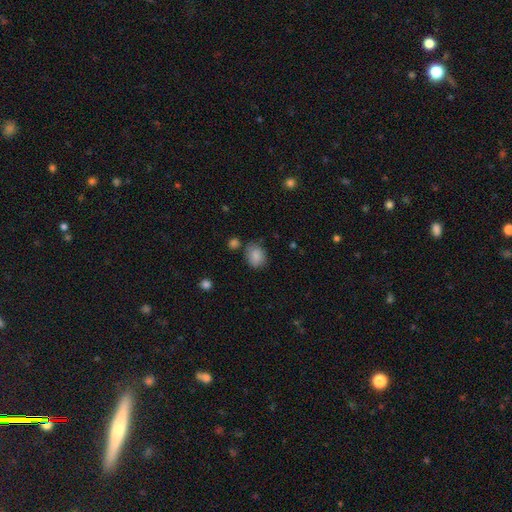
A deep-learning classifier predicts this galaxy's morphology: Smooth or featured: smooth — 85% (star or artifact — 8%)
How rounded: in between — 52% (round — 47%)
Merging: none — 72% (minor disturbance — 18%)